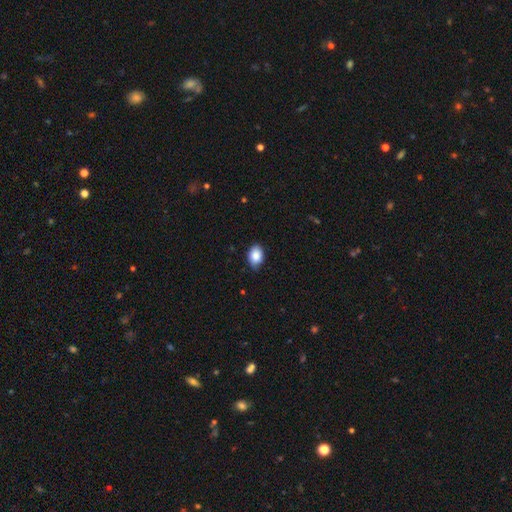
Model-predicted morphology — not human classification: The model was most divided on "merging": none: 78%, minor disturbance: 19%, major disturbance: 2%, merger: 1%. More confident: smooth or featured — smooth (88%); how rounded — in between (80%).